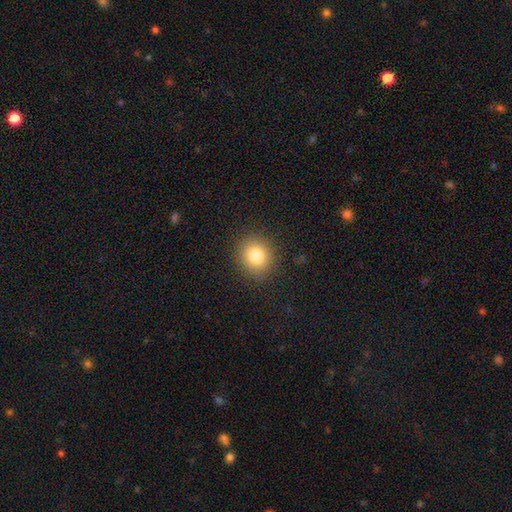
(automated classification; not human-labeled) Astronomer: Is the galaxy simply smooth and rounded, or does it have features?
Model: smooth — 81%.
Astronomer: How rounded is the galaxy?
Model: round — 80%.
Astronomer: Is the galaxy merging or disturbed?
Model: none — 89%.